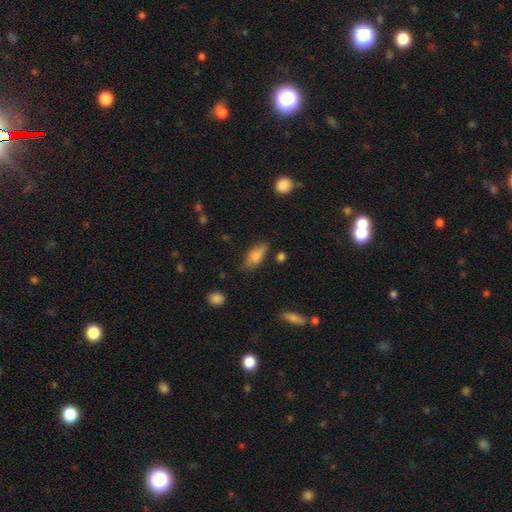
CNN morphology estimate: The model was most divided on "smooth or featured": smooth: 73%, featured or disk: 19%, star or artifact: 8%. More confident: how rounded — in between (78%); merging — none (74%).